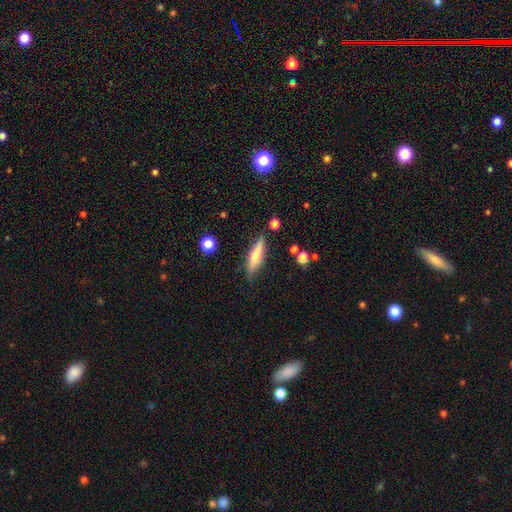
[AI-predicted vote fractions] Q: Smooth or featured?
A: smooth (48%); runner-up: featured or disk (45%)
Q: Merging?
A: none (83%); runner-up: minor disturbance (12%)